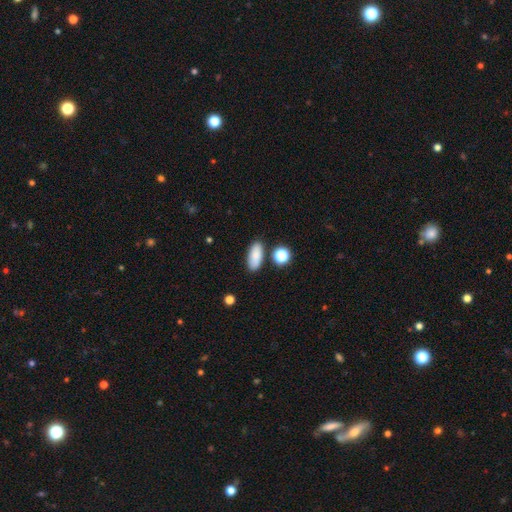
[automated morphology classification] type=smooth (86%); roundness=in between (84%); merging=none (81%).